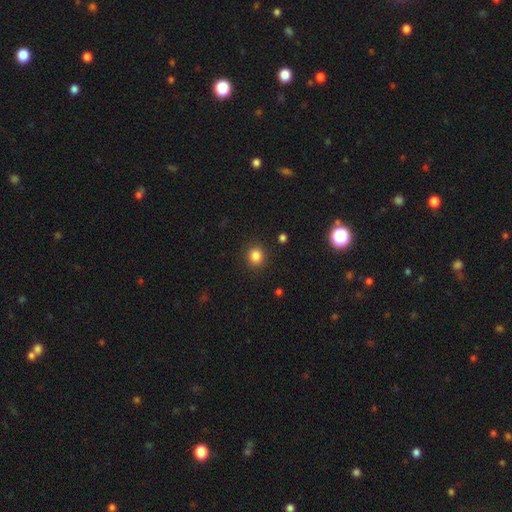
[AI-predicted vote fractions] smooth 84%, star or artifact 12%, featured or disk 4%. Down the decision tree: how rounded — round (86%); merging — none (90%).